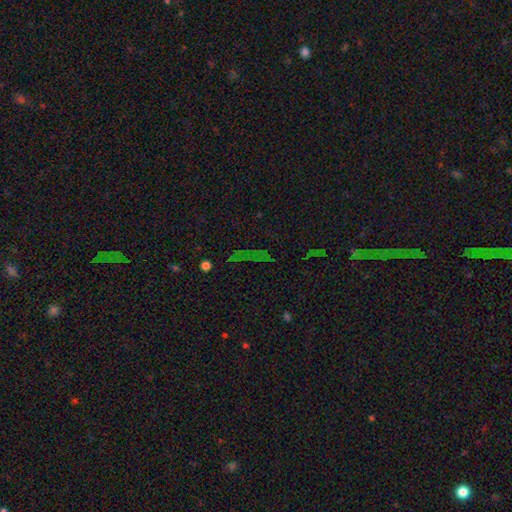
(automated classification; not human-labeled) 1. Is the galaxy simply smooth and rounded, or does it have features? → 70% star or artifact, 19% smooth, 11% featured or disk.